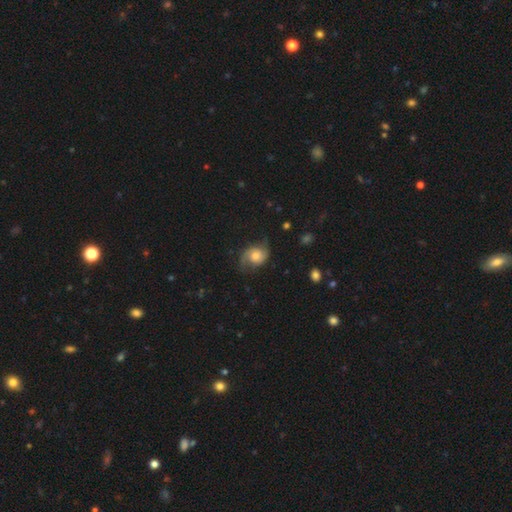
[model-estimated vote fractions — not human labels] Overall: featured or disk (63%; smooth 29%). Edge-on disk: no (97%). Bar: no (71%). Spiral arms: yes (92%). Spiral arm count: 2 (86%). Spiral winding: loose (43%; medium 40%). Bulge size: moderate (52%; large 21%). Merging: none (65%).